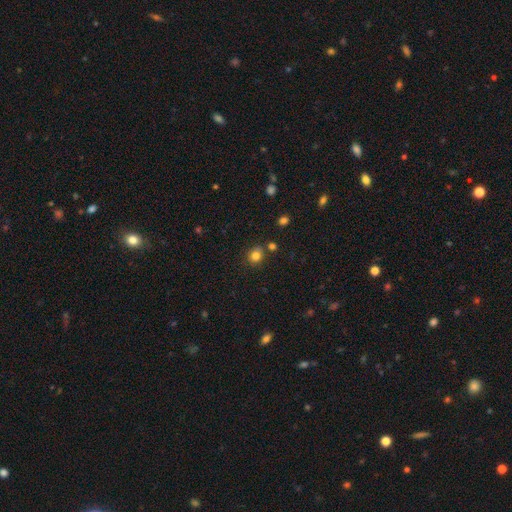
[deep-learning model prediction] This appears to be a smooth galaxy with no disk features (81%) that is round (73%). Merging: none (75%).